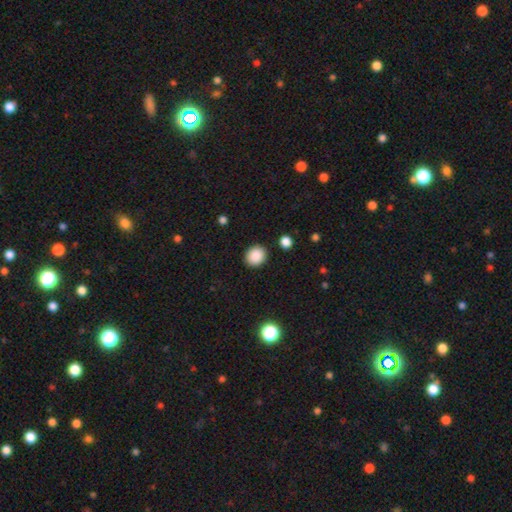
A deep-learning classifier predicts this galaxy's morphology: A smooth galaxy with no disk features (88%) that is round (74%).

Vote fractions:
- Smooth or featured? smooth: 88% / star or artifact: 9% / featured or disk: 3%
- How rounded? round: 74% / in between: 25% / cigar-shaped: 1%
- Merging? none: 89% / minor disturbance: 7% / major disturbance: 2% / merger: 2%